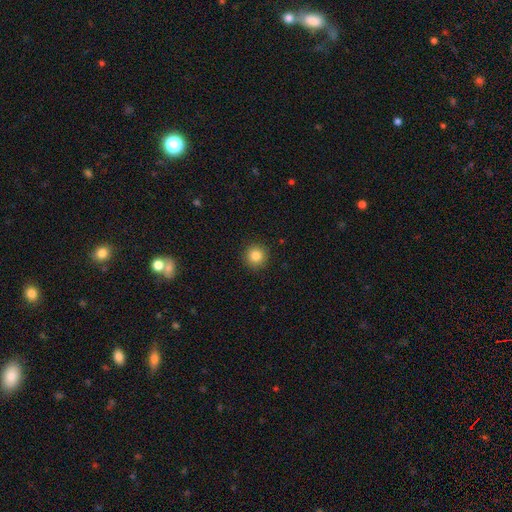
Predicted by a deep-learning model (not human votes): Q: Smooth or featured?
A: smooth (84%); runner-up: star or artifact (11%)
Q: How rounded?
A: round (94%); runner-up: in between (5%)
Q: Merging?
A: none (92%); runner-up: minor disturbance (6%)